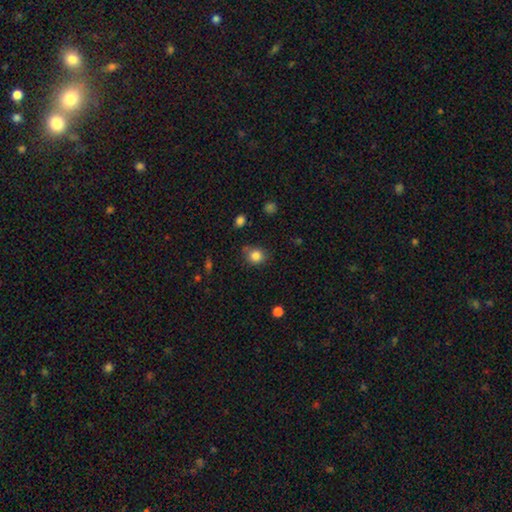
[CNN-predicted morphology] This is clearly a smooth galaxy (84%). How rounded: likely round (78%). Merging: likely none (74%).